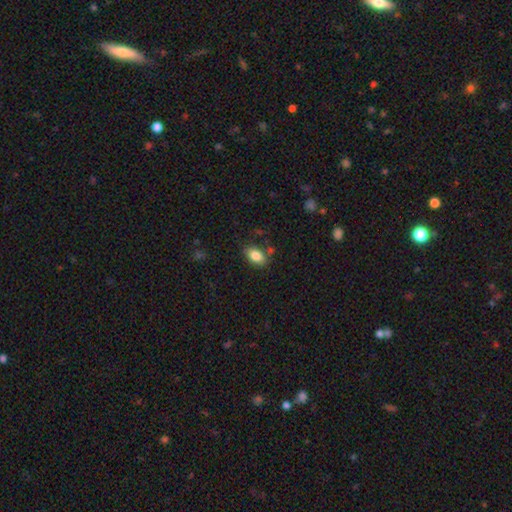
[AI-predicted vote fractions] A smooth galaxy with no disk features (85%) that is in between round and cigar-shaped (89%). Merging: none (77%).